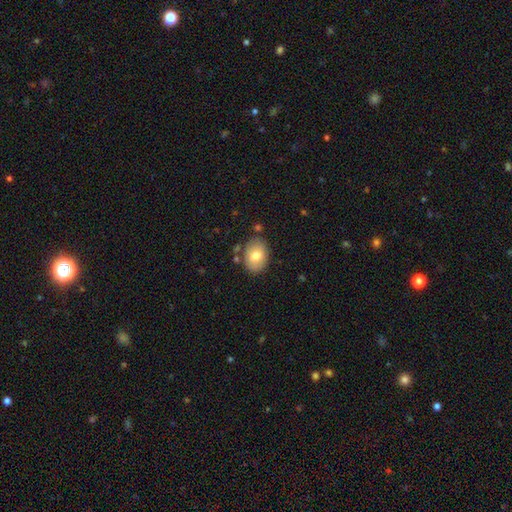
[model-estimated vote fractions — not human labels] smooth-or-featured: smooth: 76% | featured or disk: 17% | star or artifact: 7%
  how-rounded: in between: 79% | round: 20% | cigar-shaped: 1%
  merging: none: 80% | minor disturbance: 13% | merger: 4% | major disturbance: 3%